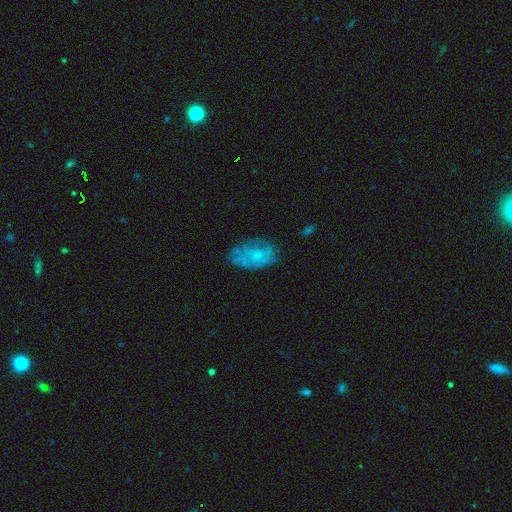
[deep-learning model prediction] A smooth galaxy with no disk features (45%). Merging: none (62%).